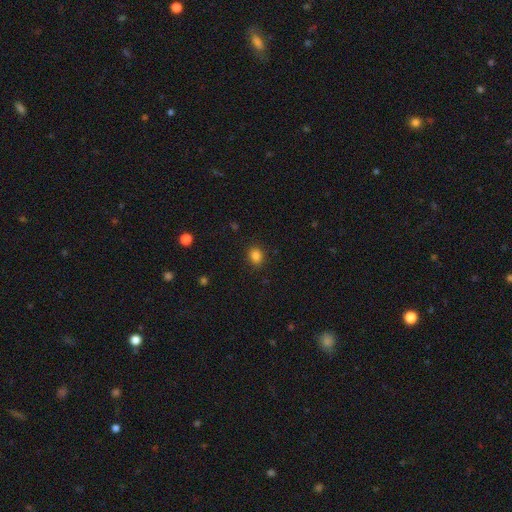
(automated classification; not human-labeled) Q: Smooth or featured?
A: smooth (84%); runner-up: star or artifact (12%)
Q: How rounded?
A: round (60%); runner-up: in between (39%)
Q: Merging?
A: none (88%); runner-up: minor disturbance (8%)